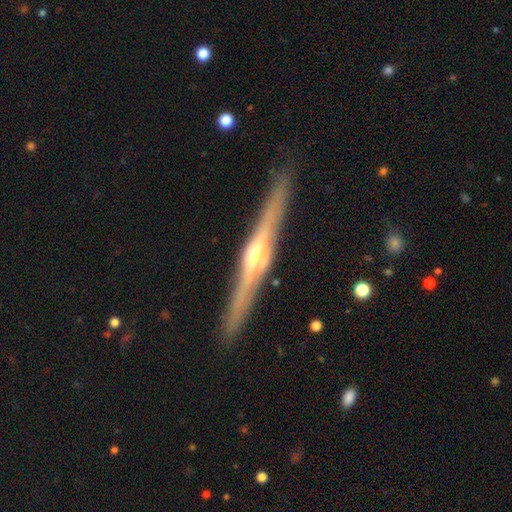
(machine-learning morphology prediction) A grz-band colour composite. It shows a featured or disk galaxy (82%) viewed edge-on (97%) with a rounded central bulge (88%). Merging: none (88%).